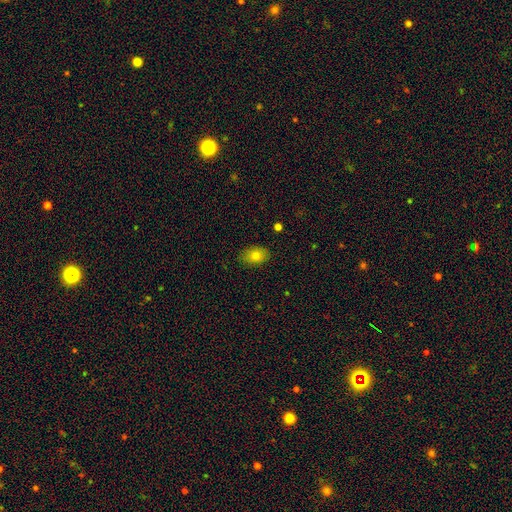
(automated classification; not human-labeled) Smooth or featured: smooth — 80% (featured or disk — 11%)
How rounded: in between — 85% (round — 14%)
Merging: none — 86% (minor disturbance — 11%)